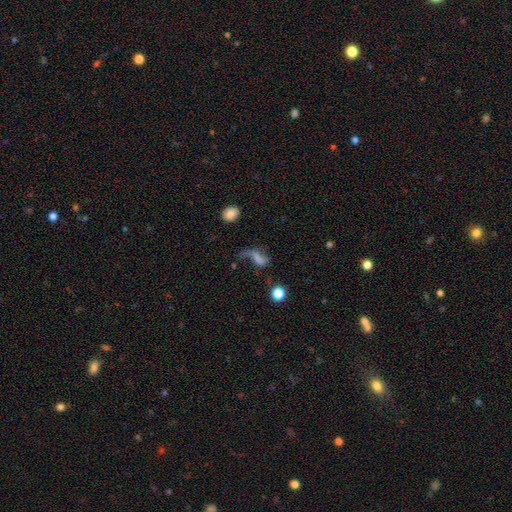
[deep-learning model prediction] smooth-or-featured: featured or disk: 52% | smooth: 31% | star or artifact: 17%
  disk-edge-on: no: 93% | yes: 7%
  merging: none: 39% | major disturbance: 34% | minor disturbance: 19% | merger: 8%